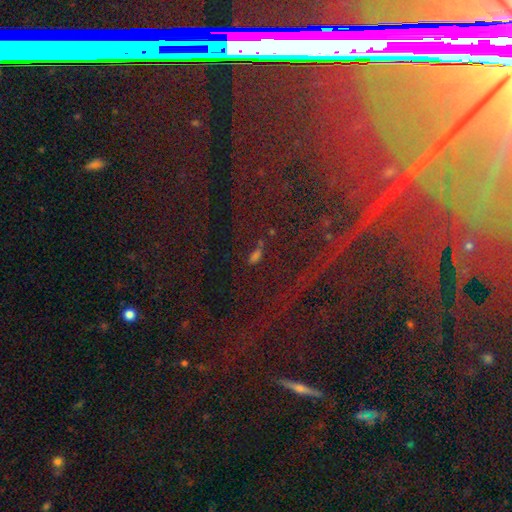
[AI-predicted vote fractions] A star or artifact, not a galaxy (53%).

Vote fractions:
- Smooth or featured? star or artifact: 53% / smooth: 35% / featured or disk: 12%